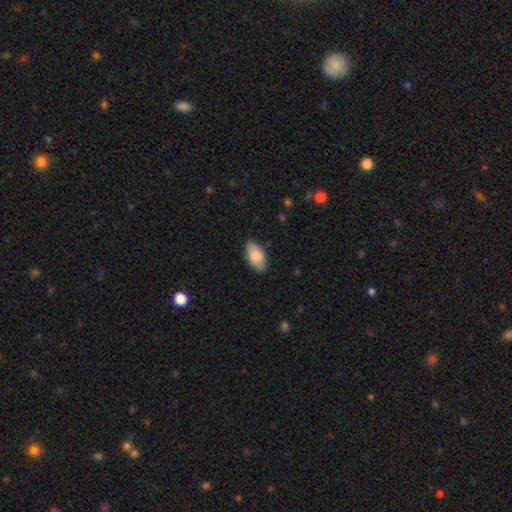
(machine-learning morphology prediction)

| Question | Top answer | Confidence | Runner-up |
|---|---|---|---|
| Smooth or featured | smooth | 86% | featured or disk (8%) |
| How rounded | in between | 94% | cigar-shaped (3%) |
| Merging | none | 85% | minor disturbance (12%) |